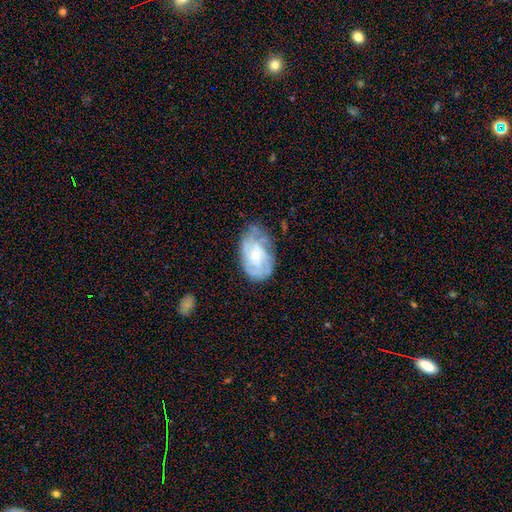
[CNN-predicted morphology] Smooth or featured? featured or disk (74%)
Edge-on disk? no (96%)
Bar? no (70%)
Spiral arms? yes (86%)
Spiral winding? tight (60%)
Spiral arm count? can't tell (47%)
Bulge size? small (64%)
Merging? none (61%)